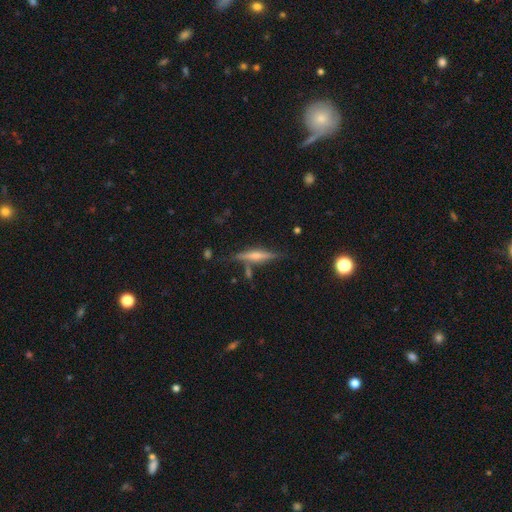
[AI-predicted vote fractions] A featured or disk galaxy (54%) viewed edge-on (95%) with a rounded central bulge (58%).

Vote fractions:
- Smooth or featured? featured or disk: 54% / smooth: 38% / star or artifact: 8%
- Edge-on disk? yes: 95% / no: 5%
- Edge-on bulge? rounded: 58% / none: 26% / boxy: 17%
- Merging? none: 73% / minor disturbance: 15% / merger: 7% / major disturbance: 4%